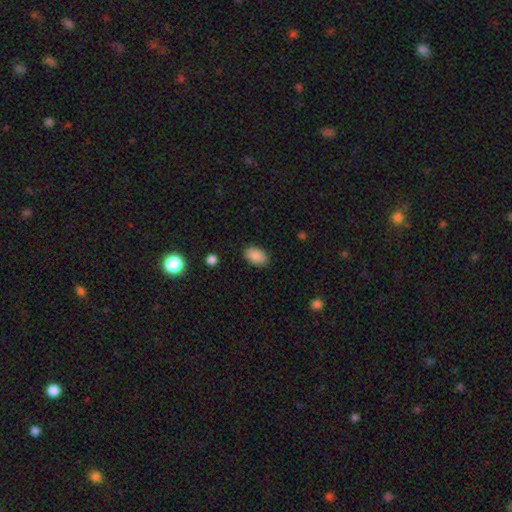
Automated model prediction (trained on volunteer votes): smooth 89%, star or artifact 8%, featured or disk 4%. Down the decision tree: how rounded — in between (91%); merging — none (87%).